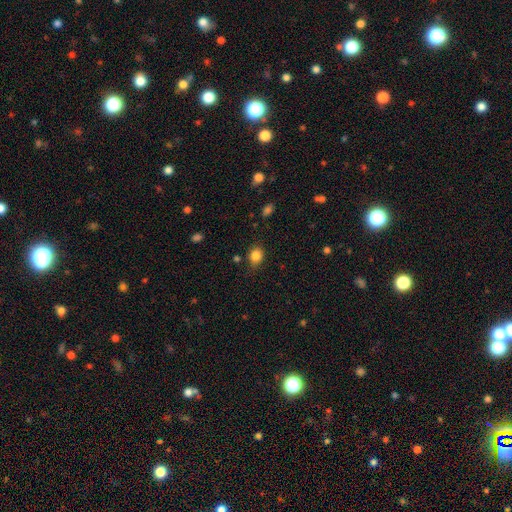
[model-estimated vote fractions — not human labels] Smooth or featured? Predicted: smooth (p=0.84). How rounded? Predicted: round (p=0.56). Merging? Predicted: none (p=0.77).